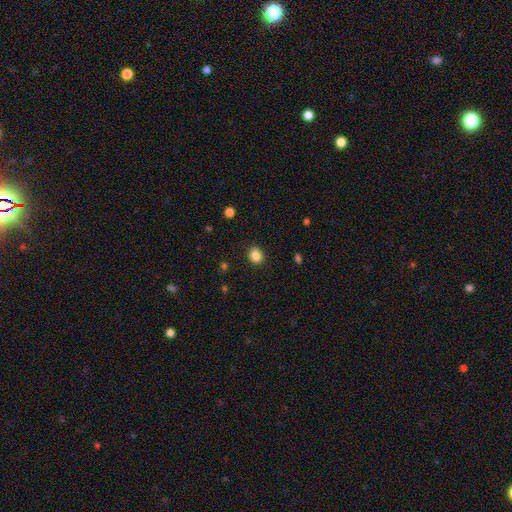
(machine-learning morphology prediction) smooth 85%, star or artifact 11%, featured or disk 4%. Down the decision tree: how rounded — round (72%); merging — none (88%).